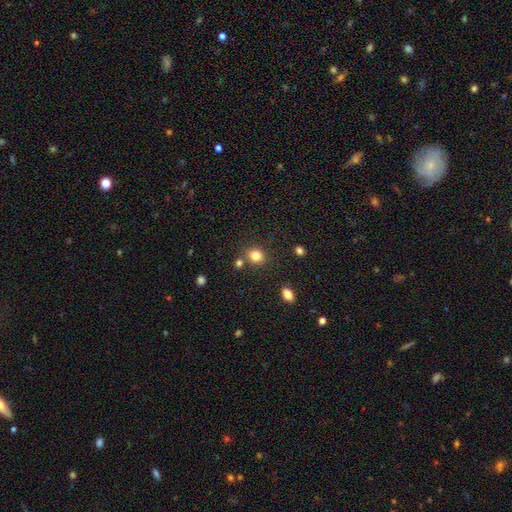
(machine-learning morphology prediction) smooth_or_featured: smooth (p=0.82) [alt: star or artifact p=0.12]
how_rounded: round (p=0.74) [alt: in between p=0.25]
merging: none (p=0.75) [alt: merger p=0.11]